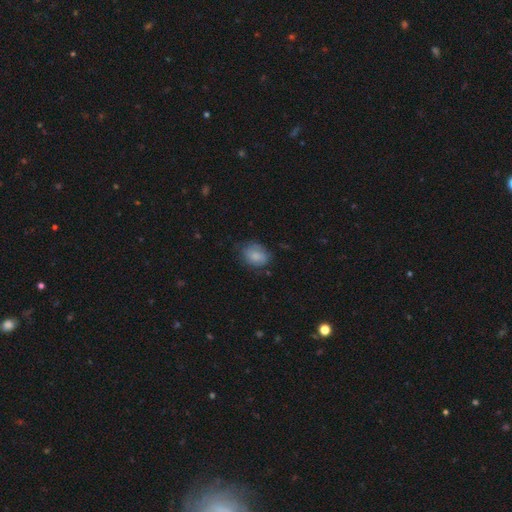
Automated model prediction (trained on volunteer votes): Smooth or featured: smooth — 77% (featured or disk — 15%)
How rounded: in between — 54% (round — 45%)
Merging: none — 64% (minor disturbance — 26%)